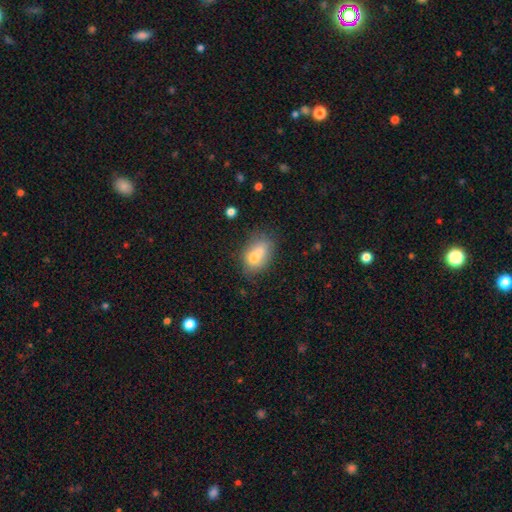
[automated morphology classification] The model was most divided on "merging": merger: 41%, none: 36%, minor disturbance: 16%, major disturbance: 7%. More confident: how rounded — in between (76%); smooth or featured — smooth (69%).